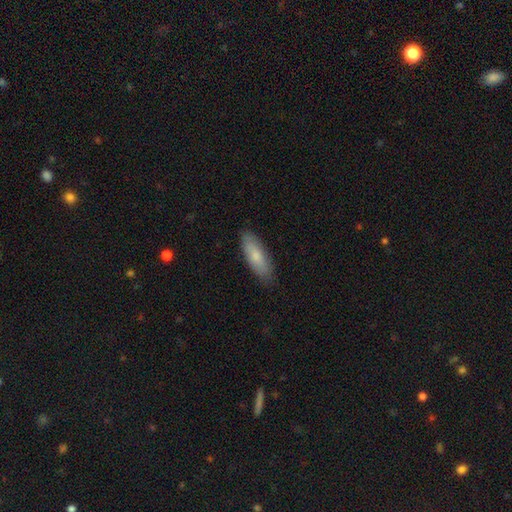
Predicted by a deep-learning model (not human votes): The model was most divided on "how rounded": in between: 62%, cigar-shaped: 37%, round: 2%. More confident: merging — none (83%); smooth or featured — smooth (76%).